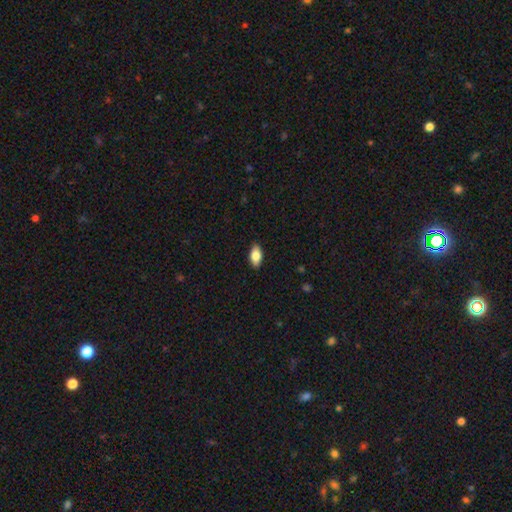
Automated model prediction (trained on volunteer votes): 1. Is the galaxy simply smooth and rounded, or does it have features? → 82% smooth, 11% featured or disk, 7% star or artifact.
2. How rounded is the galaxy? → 91% in between, 5% cigar-shaped, 4% round.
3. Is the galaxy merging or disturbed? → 89% none, 9% minor disturbance, 2% major disturbance, 1% merger.